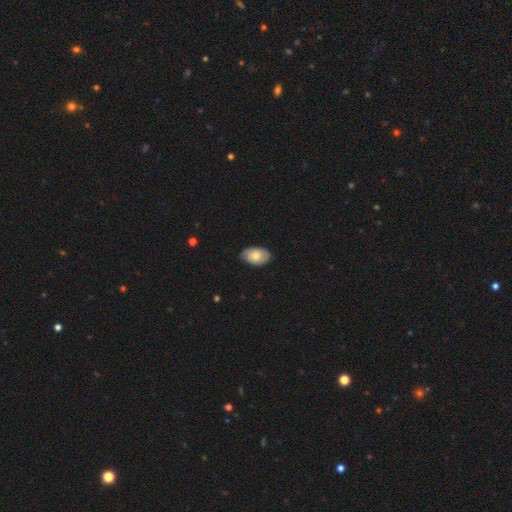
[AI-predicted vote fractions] Morphology: type=smooth (67%); roundness=in between (91%); merging=none (78%).